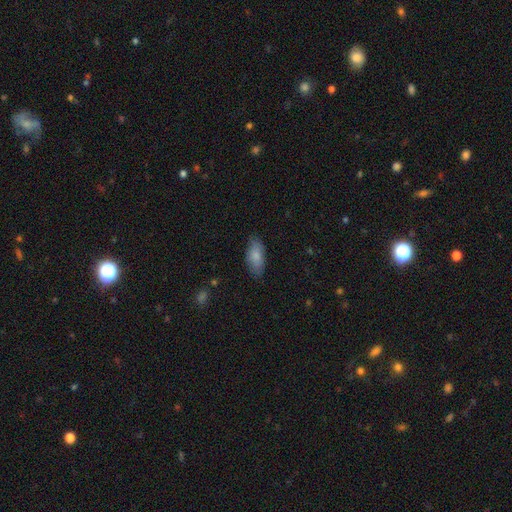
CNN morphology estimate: A smooth galaxy with no disk features (82%) that is in between round and cigar-shaped (86%).

Vote fractions:
- Smooth or featured? smooth: 82% / featured or disk: 12% / star or artifact: 6%
- How rounded? in between: 86% / cigar-shaped: 12% / round: 2%
- Merging? none: 79% / minor disturbance: 17% / major disturbance: 3% / merger: 1%